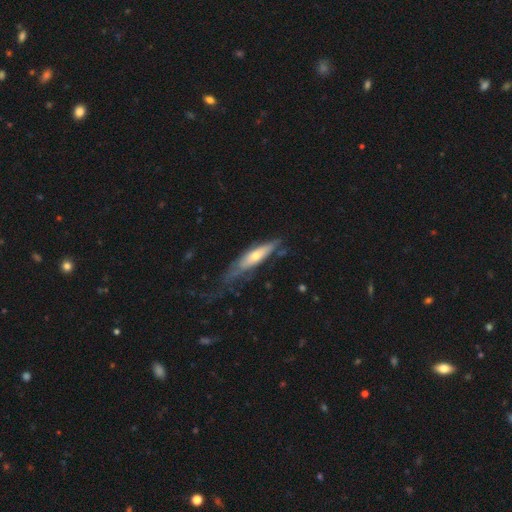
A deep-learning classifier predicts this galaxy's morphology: This is possibly a featured or disk galaxy (50%). It is possibly viewed edge-on (58%). Merging: marginally none (40%).